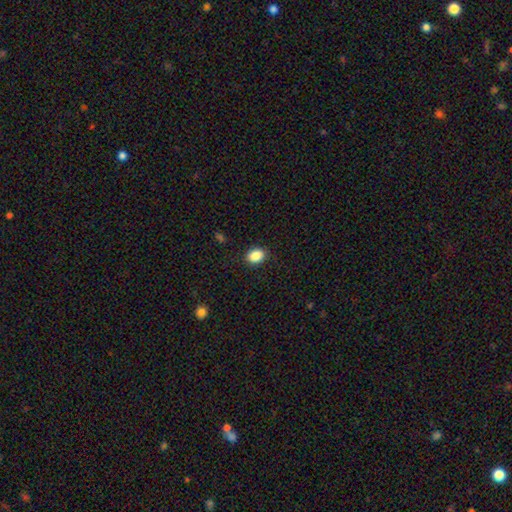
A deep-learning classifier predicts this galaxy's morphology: smooth-or-featured: smooth: 87% | star or artifact: 9% | featured or disk: 4%
  how-rounded: in between: 67% | round: 32% | cigar-shaped: 1%
  merging: none: 89% | minor disturbance: 8% | major disturbance: 2% | merger: 1%